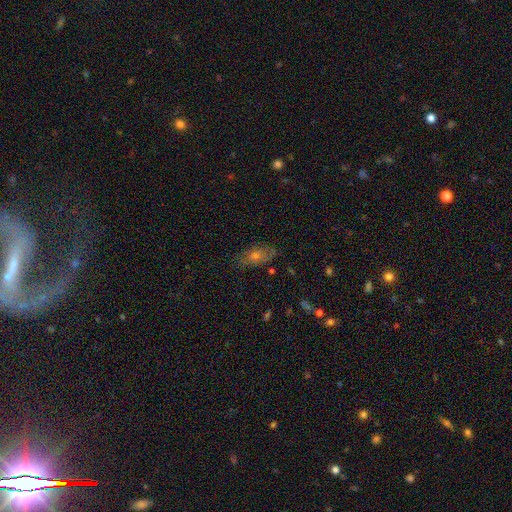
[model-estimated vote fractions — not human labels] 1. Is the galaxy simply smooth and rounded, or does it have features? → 48% smooth, 33% featured or disk, 19% star or artifact.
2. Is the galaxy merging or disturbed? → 75% none, 17% minor disturbance, 5% major disturbance, 2% merger.